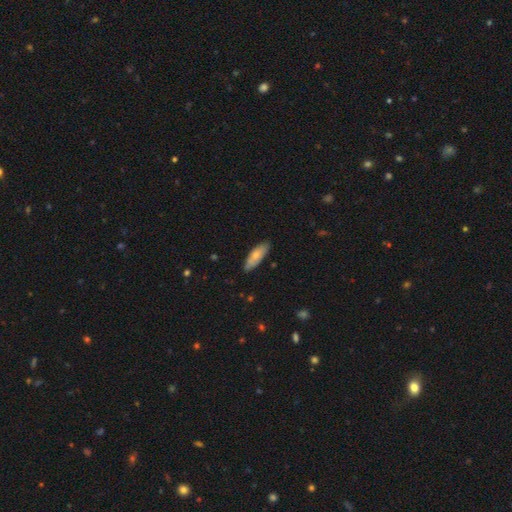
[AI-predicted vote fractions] This appears to be a smooth galaxy with no disk features (71%) that is in between round and cigar-shaped (65%). Merging: none (81%).